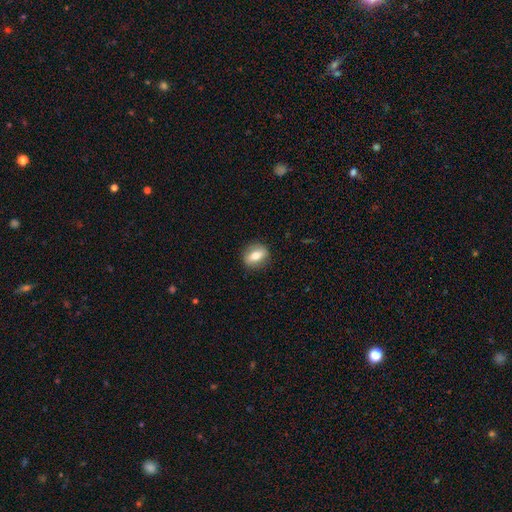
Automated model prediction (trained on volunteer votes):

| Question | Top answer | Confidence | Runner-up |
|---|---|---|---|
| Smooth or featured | smooth | 62% | featured or disk (30%) |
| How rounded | in between | 56% | round (40%) |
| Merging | none | 86% | minor disturbance (10%) |